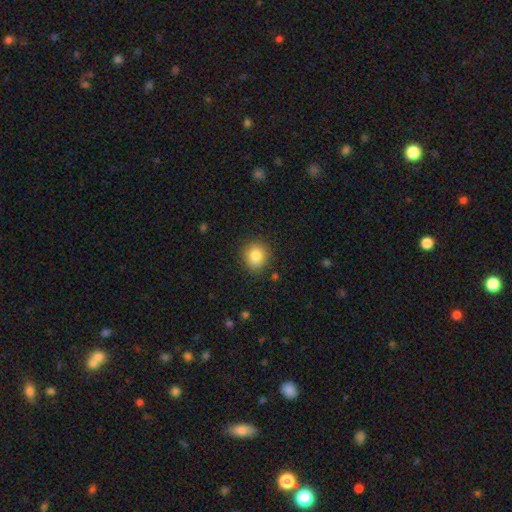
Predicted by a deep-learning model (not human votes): Overall: smooth (85%). How rounded: round (81%). Merging: none (87%).